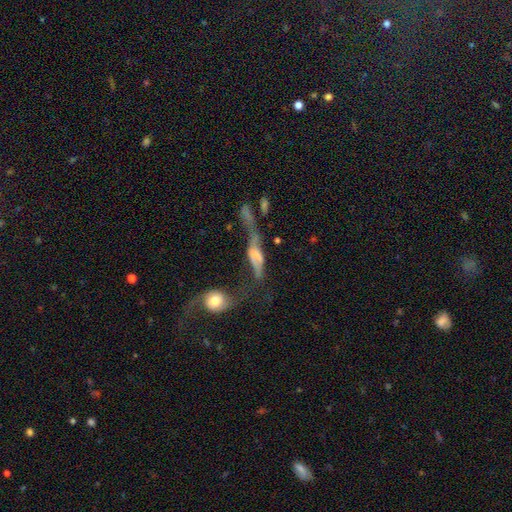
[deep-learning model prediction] Smooth or featured? featured or disk (56%)
Edge-on disk? no (51%)
Merging? merger (38%)